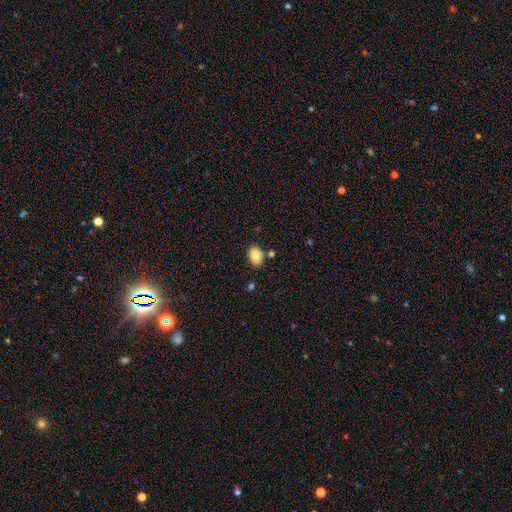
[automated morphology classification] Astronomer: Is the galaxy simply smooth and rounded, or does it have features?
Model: smooth — 83%.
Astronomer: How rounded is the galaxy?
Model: in between — 79%.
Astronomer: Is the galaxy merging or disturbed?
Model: none — 75%.